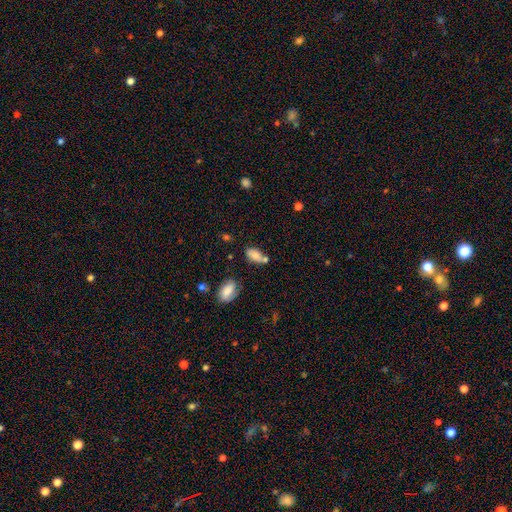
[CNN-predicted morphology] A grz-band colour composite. It shows a smooth galaxy with no disk features (76%) that is in between round and cigar-shaped (88%). Merging: none (44%).